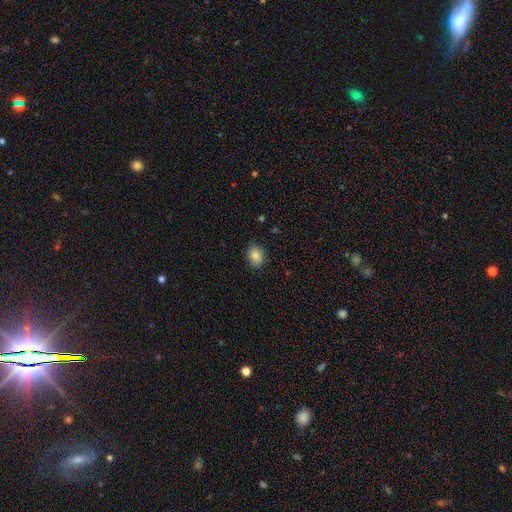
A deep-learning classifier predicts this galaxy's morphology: A smooth galaxy with no disk features (85%) that is in between round and cigar-shaped (52%). Merging: none (81%).